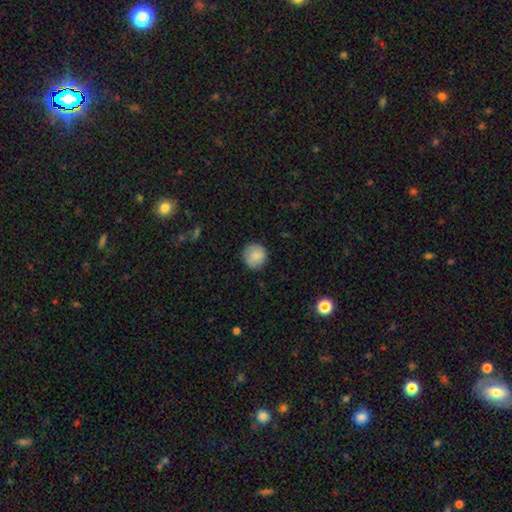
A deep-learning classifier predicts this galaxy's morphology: Q: Smooth or featured?
A: smooth (86%); runner-up: star or artifact (7%)
Q: How rounded?
A: round (93%); runner-up: in between (6%)
Q: Merging?
A: none (86%); runner-up: minor disturbance (11%)